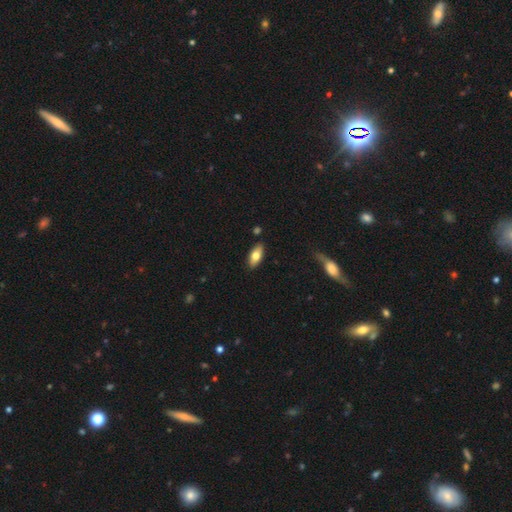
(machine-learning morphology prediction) Overall: smooth (71%). How rounded: in between (83%). Merging: none (87%).